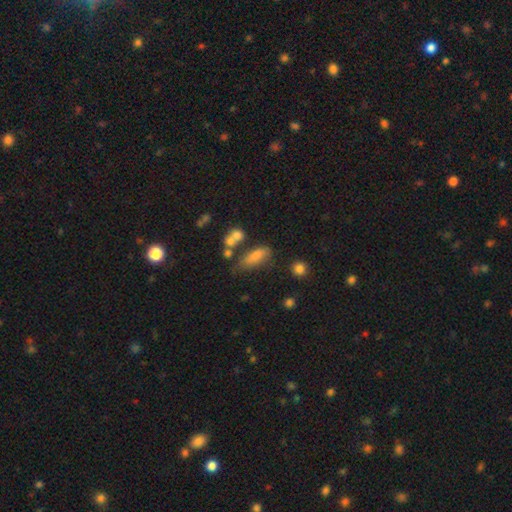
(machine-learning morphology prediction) smooth_or_featured: smooth (p=0.71) [alt: featured or disk p=0.17]
how_rounded: in between (p=0.66) [alt: cigar-shaped p=0.30]
merging: none (p=0.48) [alt: minor disturbance p=0.23]